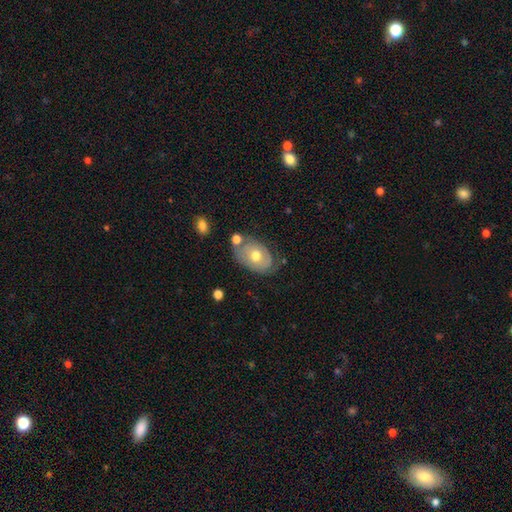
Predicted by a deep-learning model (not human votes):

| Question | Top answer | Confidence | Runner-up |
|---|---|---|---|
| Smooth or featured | smooth | 47% | featured or disk (46%) |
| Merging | none | 57% | minor disturbance (24%) |